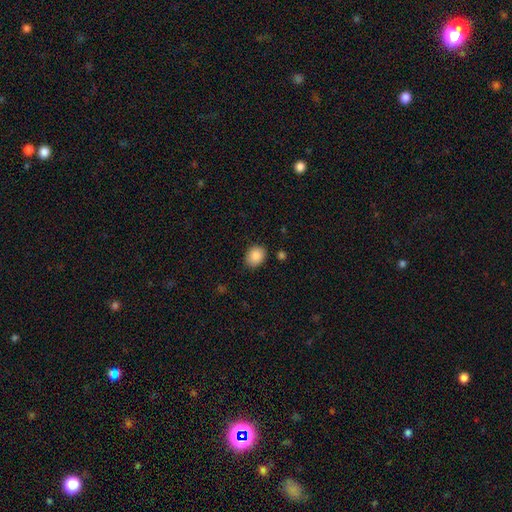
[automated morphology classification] smooth 88%, star or artifact 8%, featured or disk 4%. Down the decision tree: how rounded — round (50%, tied with in between); merging — none (83%).